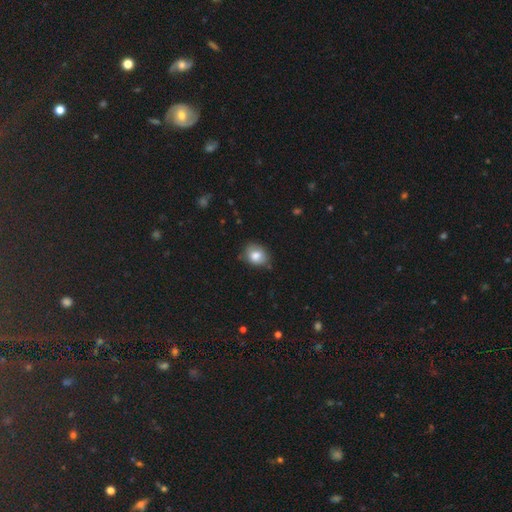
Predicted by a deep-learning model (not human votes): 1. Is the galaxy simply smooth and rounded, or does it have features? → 79% smooth, 12% featured or disk, 9% star or artifact.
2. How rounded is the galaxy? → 53% in between, 46% round, 1% cigar-shaped.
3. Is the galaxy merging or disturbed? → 66% none, 27% minor disturbance, 5% major disturbance, 2% merger.